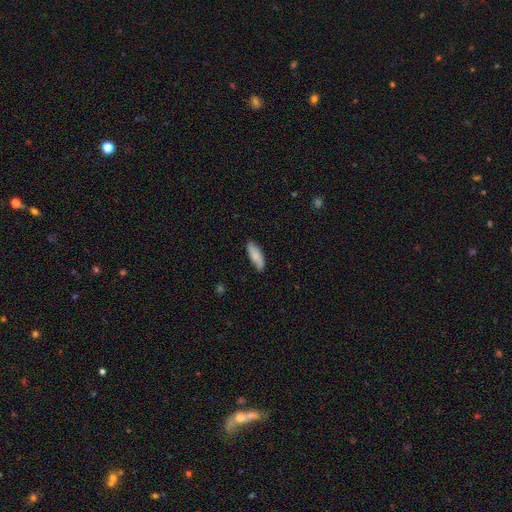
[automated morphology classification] Smooth or featured?
  - smooth: 80% *
  - featured or disk: 14%
  - star or artifact: 6%
How rounded?
  - in between: 65% *
  - cigar-shaped: 33%
  - round: 2%
Merging?
  - none: 83% *
  - minor disturbance: 14%
  - major disturbance: 2%
  - merger: 1%